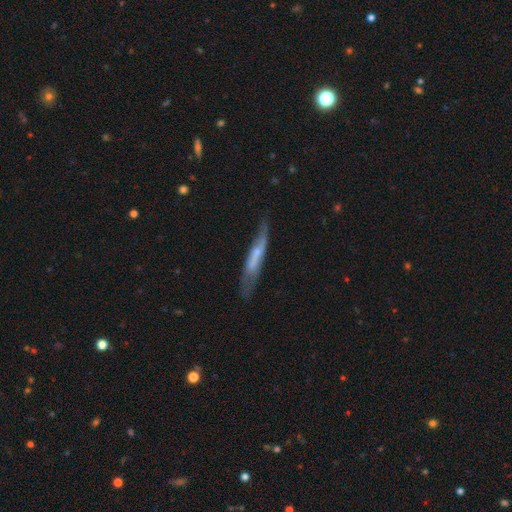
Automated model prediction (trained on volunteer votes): Morphology: type=featured or disk (56%); edge-on=yes (66%); merging=none (62%).